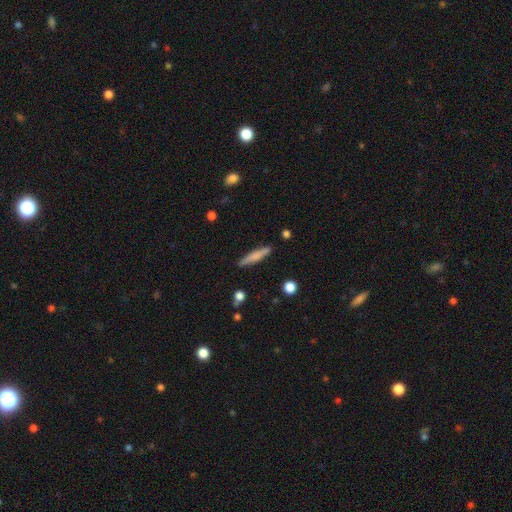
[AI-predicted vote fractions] Smooth or featured: smooth — 66% (featured or disk — 28%)
How rounded: cigar-shaped — 90% (in between — 8%)
Merging: none — 86% (minor disturbance — 9%)